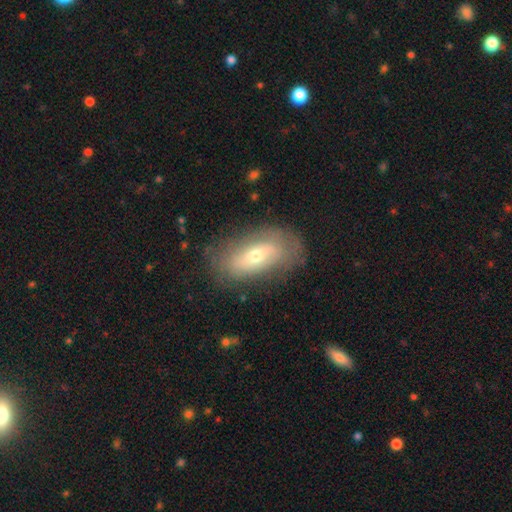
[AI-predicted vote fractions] Smooth or featured? Predicted: featured or disk (p=0.47). Merging? Predicted: none (p=0.74).